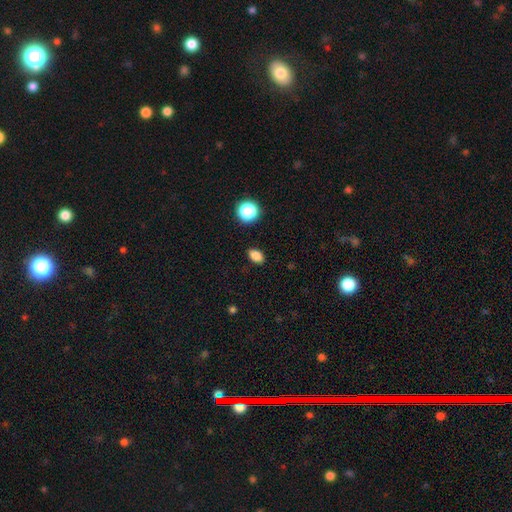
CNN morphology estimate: This appears to be a smooth galaxy with no disk features (85%) that is in between round and cigar-shaped (82%). Merging: none (88%).